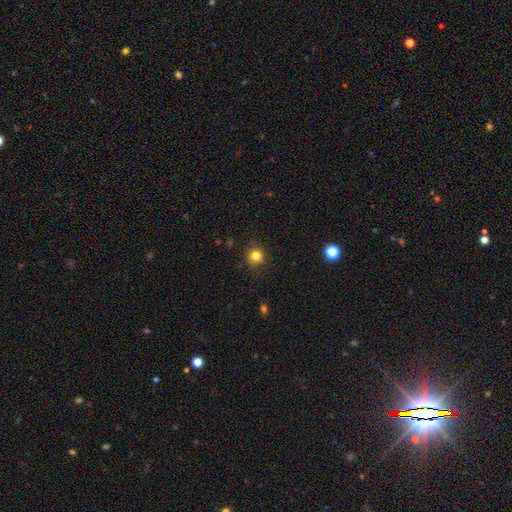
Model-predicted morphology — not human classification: smooth 81%, star or artifact 13%, featured or disk 6%. Down the decision tree: how rounded — round (90%); merging — none (84%).